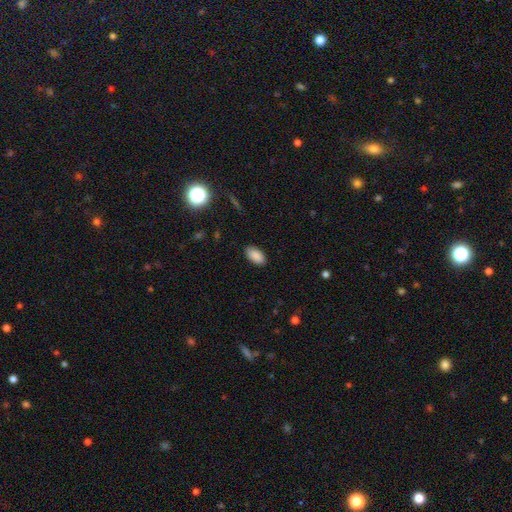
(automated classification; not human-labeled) Morphology: type=smooth (88%); roundness=in between (94%); merging=none (87%).